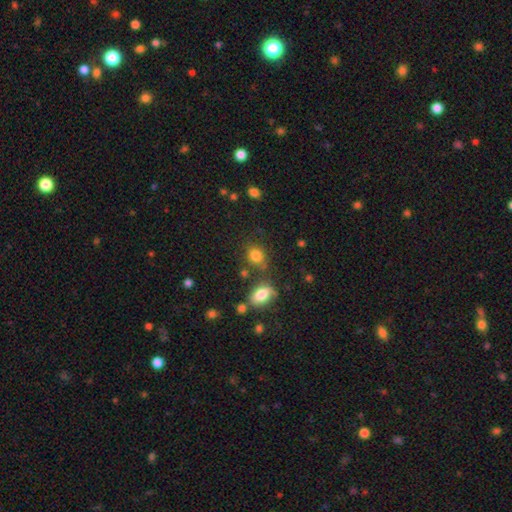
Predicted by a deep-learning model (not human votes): This is clearly a smooth galaxy (81%). How rounded: likely round (63%). Merging: likely none (68%).